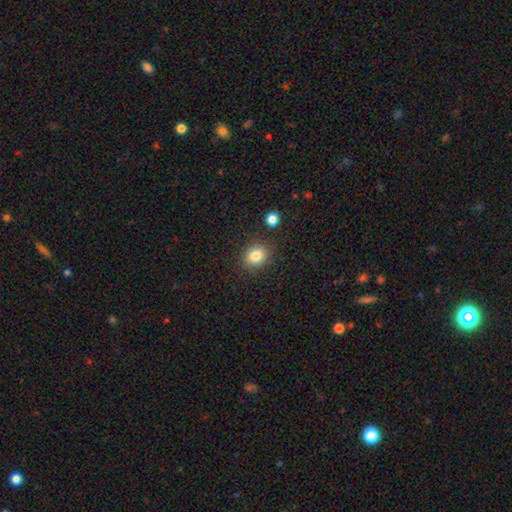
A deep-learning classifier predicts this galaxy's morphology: Smooth or featured: smooth — 83% (star or artifact — 11%)
How rounded: round — 66% (in between — 34%)
Merging: none — 85% (minor disturbance — 9%)